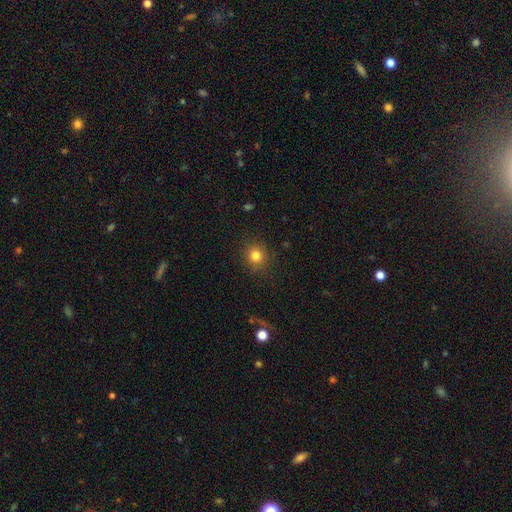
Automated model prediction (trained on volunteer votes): Smooth or featured: smooth — 81% (star or artifact — 13%)
How rounded: round — 88% (in between — 11%)
Merging: none — 88% (minor disturbance — 8%)